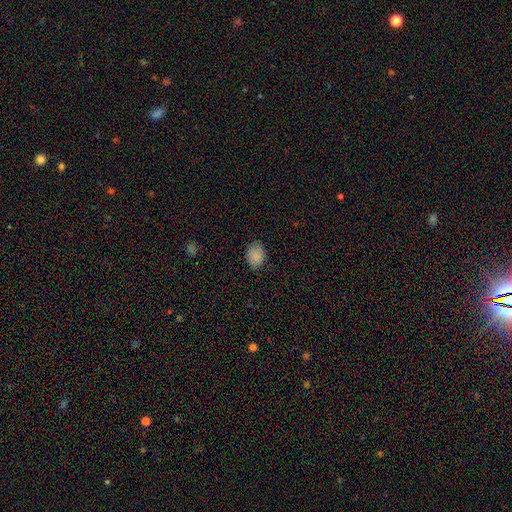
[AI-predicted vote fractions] Overall: smooth (87%). How rounded: in between (66%; round 33%). Merging: none (82%).